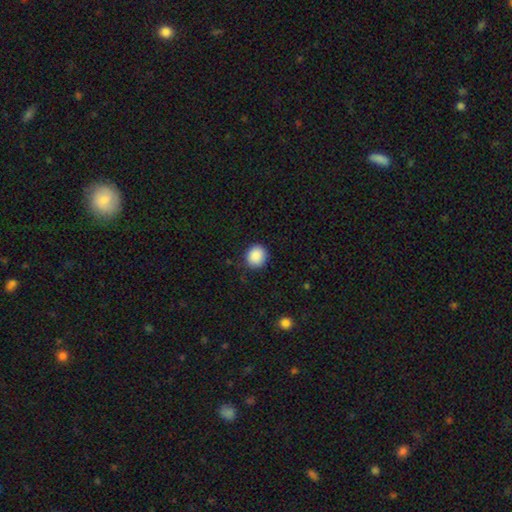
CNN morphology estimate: A smooth galaxy with no disk features (89%) that is round (88%).

Vote fractions:
- Smooth or featured? smooth: 89% / star or artifact: 8% / featured or disk: 3%
- How rounded? round: 88% / in between: 11% / cigar-shaped: 1%
- Merging? none: 89% / minor disturbance: 8% / major disturbance: 2% / merger: 1%